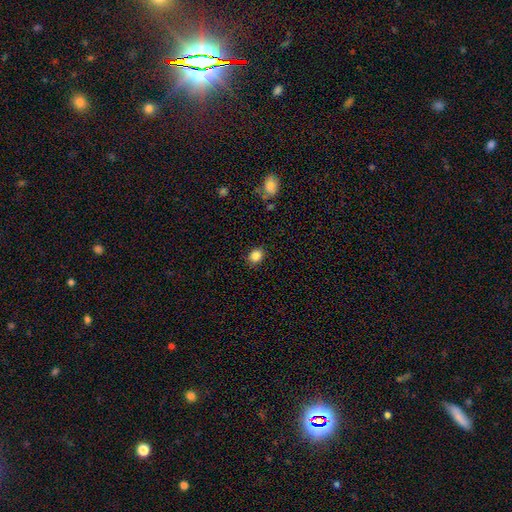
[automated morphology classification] Q: Smooth or featured?
A: smooth (85%); runner-up: star or artifact (11%)
Q: How rounded?
A: round (66%); runner-up: in between (33%)
Q: Merging?
A: none (88%); runner-up: minor disturbance (9%)